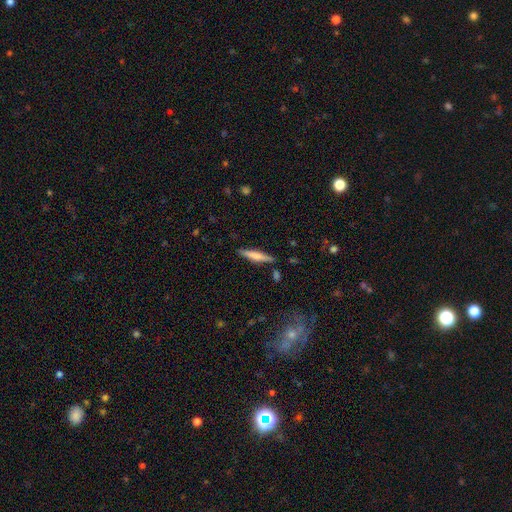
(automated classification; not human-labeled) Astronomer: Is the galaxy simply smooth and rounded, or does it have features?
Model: smooth — 55% (runner-up: featured or disk, 39%).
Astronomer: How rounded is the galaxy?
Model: cigar-shaped — 88%.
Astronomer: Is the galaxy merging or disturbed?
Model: none — 86%.